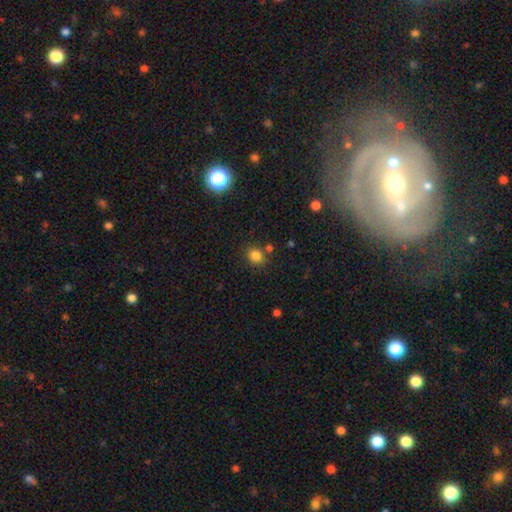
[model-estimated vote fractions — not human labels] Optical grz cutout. It shows a smooth galaxy with no disk features (81%) that is round (69%). Merging: none (78%).